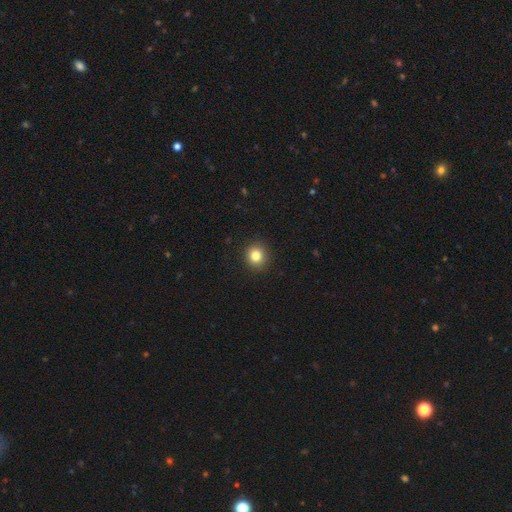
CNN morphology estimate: Smooth or featured?
  - smooth: 83% *
  - star or artifact: 12%
  - featured or disk: 6%
How rounded?
  - round: 90% *
  - in between: 9%
  - cigar-shaped: 1%
Merging?
  - none: 91% *
  - minor disturbance: 6%
  - major disturbance: 2%
  - merger: 1%